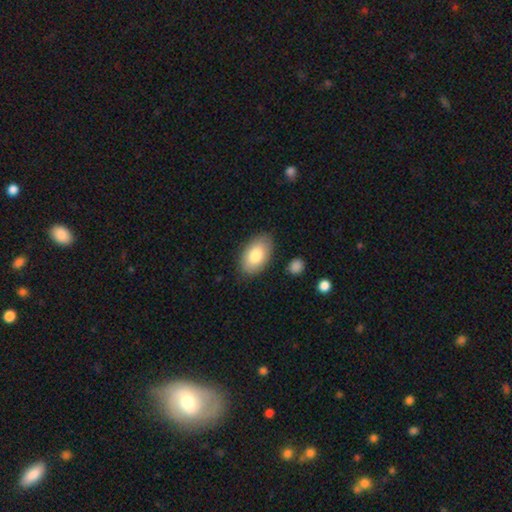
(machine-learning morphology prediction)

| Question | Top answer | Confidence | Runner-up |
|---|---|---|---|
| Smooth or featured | smooth | 80% | featured or disk (14%) |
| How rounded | in between | 93% | round (5%) |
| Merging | none | 84% | minor disturbance (12%) |